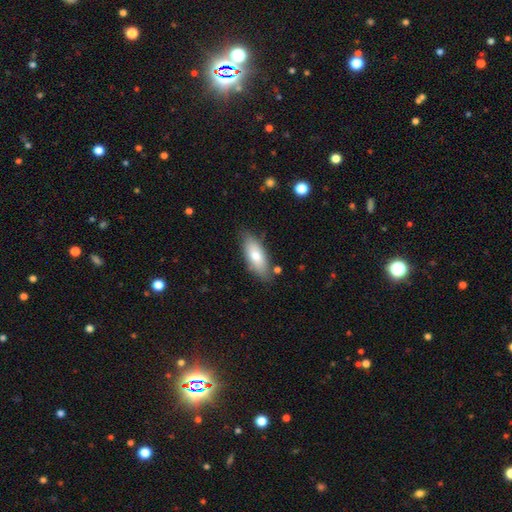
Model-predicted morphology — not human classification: This is likely a smooth galaxy (74%). How rounded: likely in between (78%). Merging: likely none (79%).